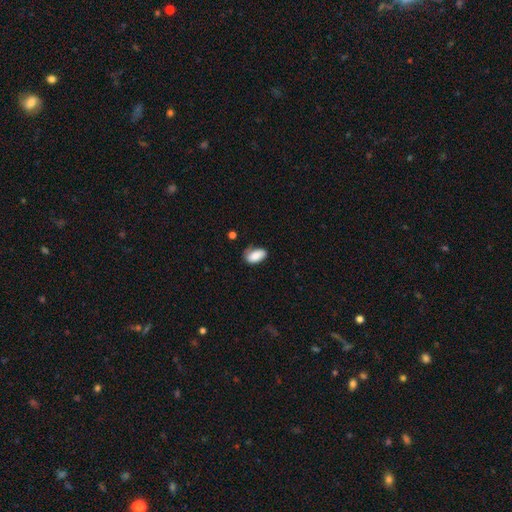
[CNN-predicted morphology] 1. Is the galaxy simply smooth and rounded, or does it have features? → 84% smooth, 9% featured or disk, 7% star or artifact.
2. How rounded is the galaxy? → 94% in between, 4% round, 3% cigar-shaped.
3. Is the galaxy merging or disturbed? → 55% none, 31% minor disturbance, 11% major disturbance, 3% merger.